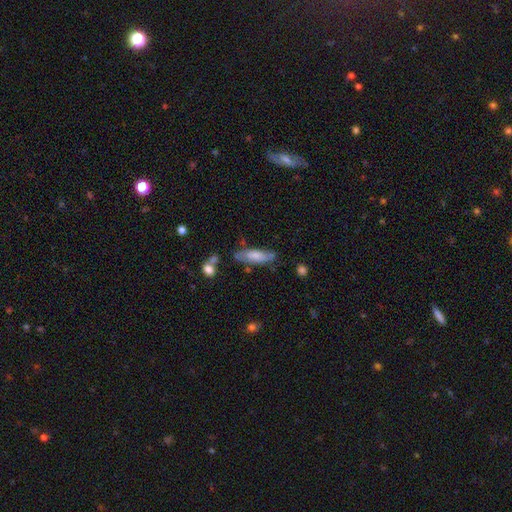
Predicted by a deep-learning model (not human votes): Smooth or featured?
  - smooth: 64% *
  - featured or disk: 30%
  - star or artifact: 6%
How rounded?
  - in between: 53% *
  - cigar-shaped: 45%
  - round: 2%
Merging?
  - none: 62% *
  - minor disturbance: 24%
  - major disturbance: 7%
  - merger: 7%